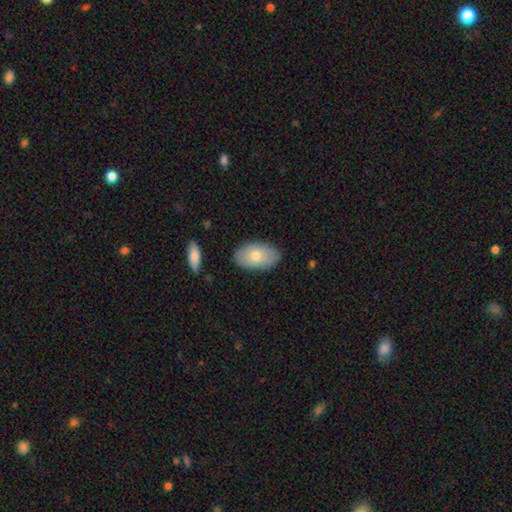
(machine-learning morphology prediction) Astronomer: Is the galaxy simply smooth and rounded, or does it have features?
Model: smooth — 72%.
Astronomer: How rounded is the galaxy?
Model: in between — 94%.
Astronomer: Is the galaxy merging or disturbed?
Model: none — 84%.